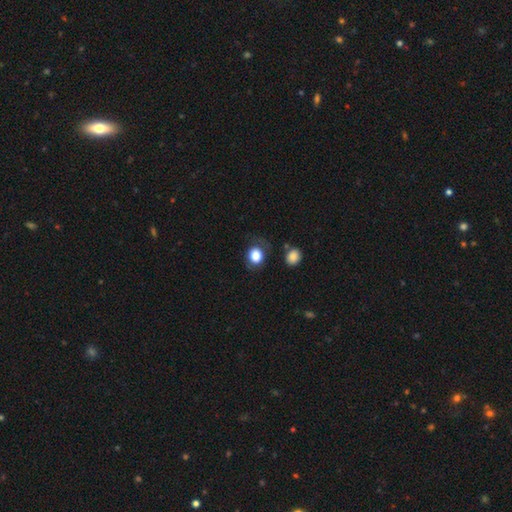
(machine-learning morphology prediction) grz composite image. It shows a smooth galaxy with no disk features (84%) that is round (64%). Merging: none (71%).